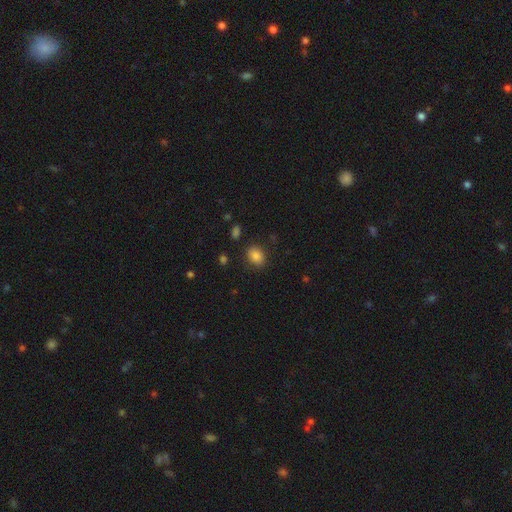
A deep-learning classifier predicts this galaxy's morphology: This appears to be a smooth galaxy with no disk features (85%) that is in between round and cigar-shaped (59%). Merging: none (84%).